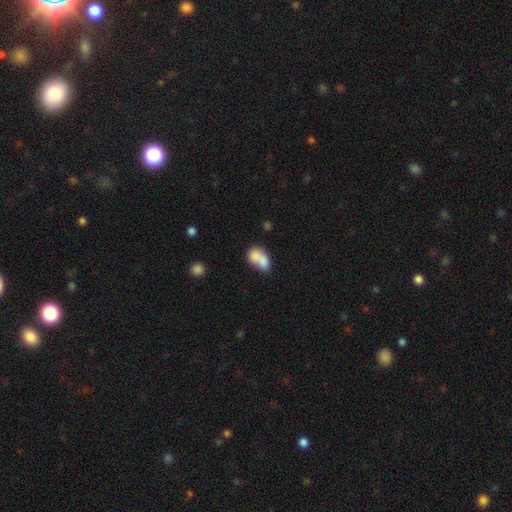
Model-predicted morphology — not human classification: Smooth or featured? Predicted: smooth (p=0.73). How rounded? Predicted: in between (p=0.74). Merging? Predicted: merger (p=0.70).